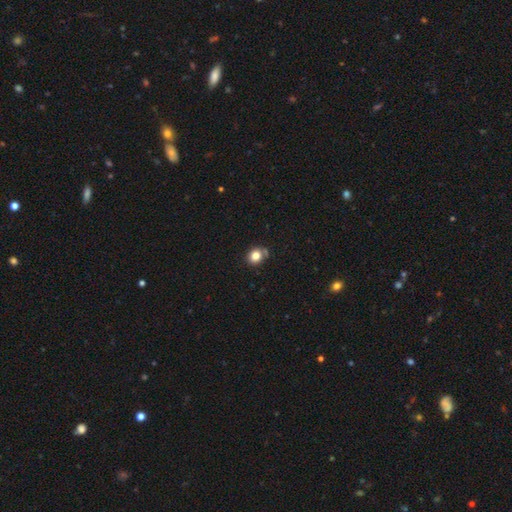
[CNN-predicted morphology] This appears to be a smooth galaxy with no disk features (82%) that is round (72%). Merging: none (75%).